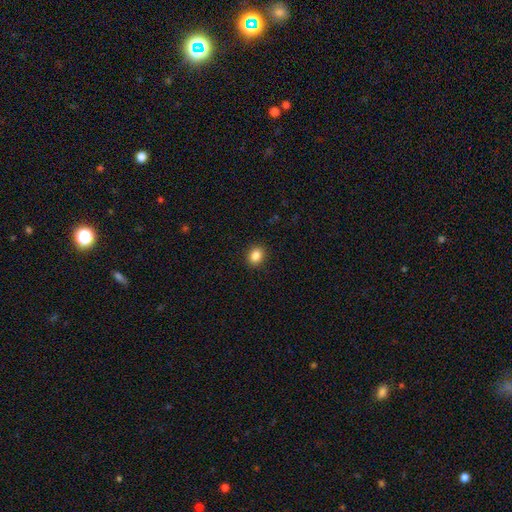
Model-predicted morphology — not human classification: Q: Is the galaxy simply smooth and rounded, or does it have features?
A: smooth — 86%.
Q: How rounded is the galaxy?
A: round — 54%.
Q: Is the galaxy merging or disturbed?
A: none — 91%.